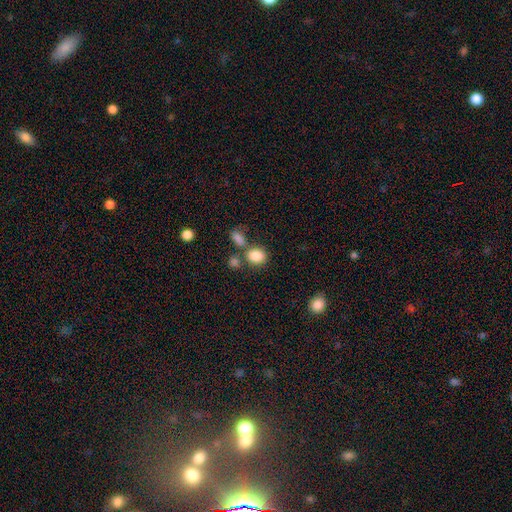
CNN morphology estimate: Smooth or featured? Predicted: smooth (p=0.85). How rounded? Predicted: in between (p=0.51). Merging? Predicted: none (p=0.57).